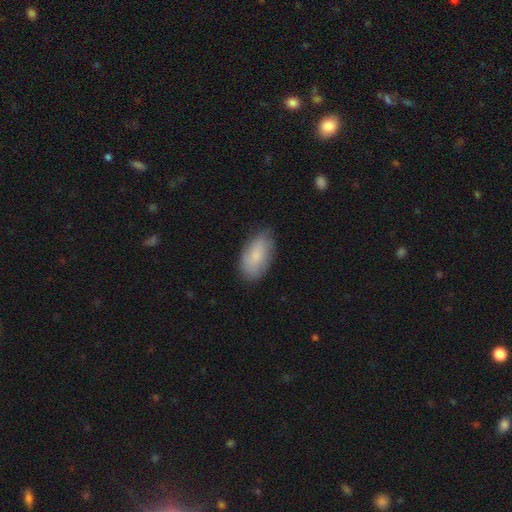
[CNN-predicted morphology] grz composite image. It shows a smooth galaxy with no disk features (80%) that is in between round and cigar-shaped (93%). Merging: none (76%).